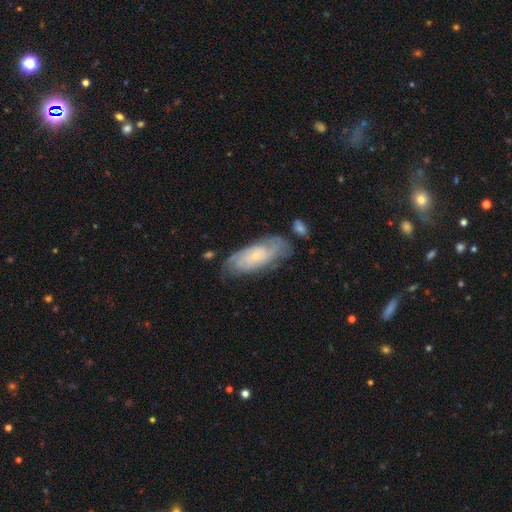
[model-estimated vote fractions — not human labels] Smooth or featured? Predicted: featured or disk (p=0.66). Edge-on disk? Predicted: no (p=0.89). Bar? Predicted: no (p=0.77). Spiral arms? Predicted: yes (p=0.86). Spiral winding? Predicted: tight (p=0.61). Spiral arm count? Predicted: can't tell (p=0.50). Bulge size? Predicted: small (p=0.76). Merging? Predicted: none (p=0.65).